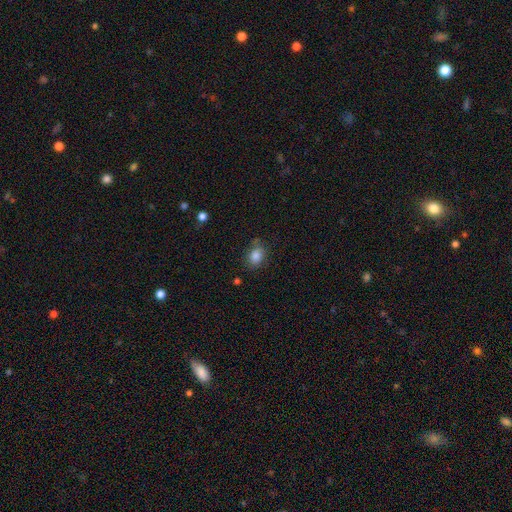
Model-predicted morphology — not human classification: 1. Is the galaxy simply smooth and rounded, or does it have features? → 85% smooth, 10% star or artifact, 6% featured or disk.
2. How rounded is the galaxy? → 58% in between, 41% round, 1% cigar-shaped.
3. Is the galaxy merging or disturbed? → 72% none, 19% minor disturbance, 5% major disturbance, 3% merger.